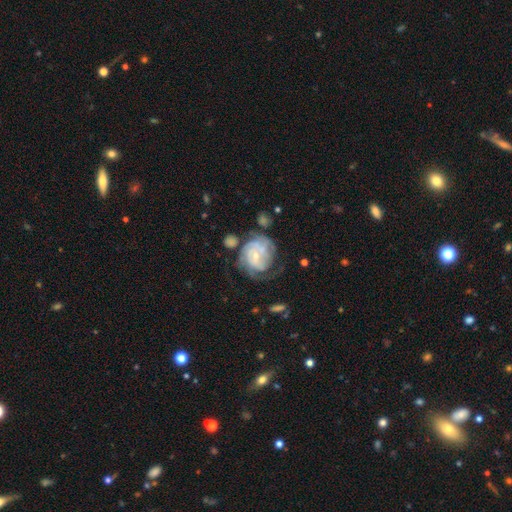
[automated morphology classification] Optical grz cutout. It shows a featured or disk galaxy (80%) with no bar (70%), tight (64%) spiral arms (90%) and a small central bulge (70%). Merging: none (48%).